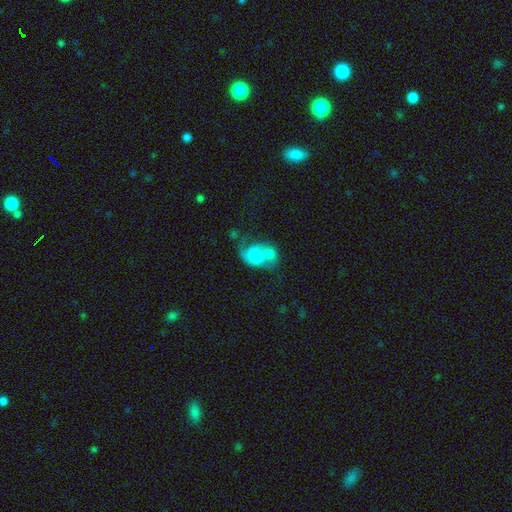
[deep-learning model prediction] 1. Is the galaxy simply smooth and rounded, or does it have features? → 53% smooth, 38% featured or disk, 8% star or artifact.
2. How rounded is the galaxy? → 54% in between, 44% round, 1% cigar-shaped.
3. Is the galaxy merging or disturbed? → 63% merger, 17% none, 10% minor disturbance, 10% major disturbance.